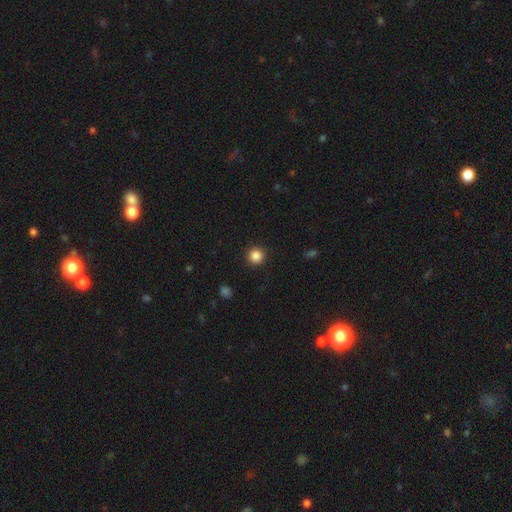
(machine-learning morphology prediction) Smooth or featured?
  - smooth: 87% *
  - star or artifact: 10%
  - featured or disk: 3%
How rounded?
  - round: 96% *
  - in between: 3%
  - cigar-shaped: 1%
Merging?
  - none: 92% *
  - minor disturbance: 5%
  - major disturbance: 2%
  - merger: 1%